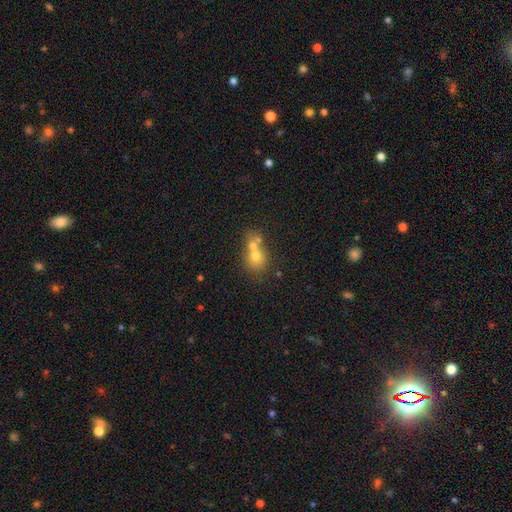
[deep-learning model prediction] This appears to be a smooth galaxy with no disk features (64%) that is round (71%). Merging: merger (61%).